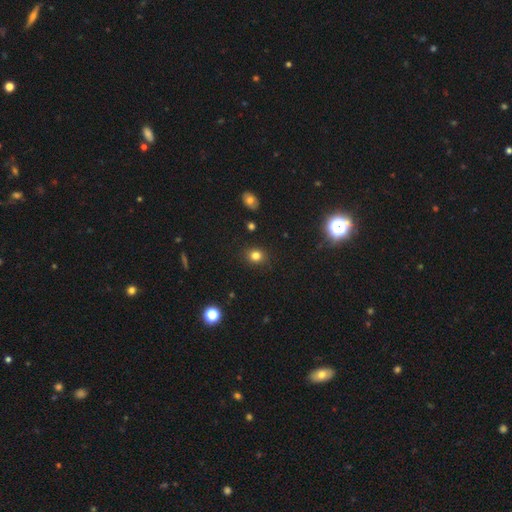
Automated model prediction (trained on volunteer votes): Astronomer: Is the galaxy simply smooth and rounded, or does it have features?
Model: smooth — 80%.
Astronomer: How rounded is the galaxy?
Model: round — 70%.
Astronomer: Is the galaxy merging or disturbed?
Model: none — 88%.